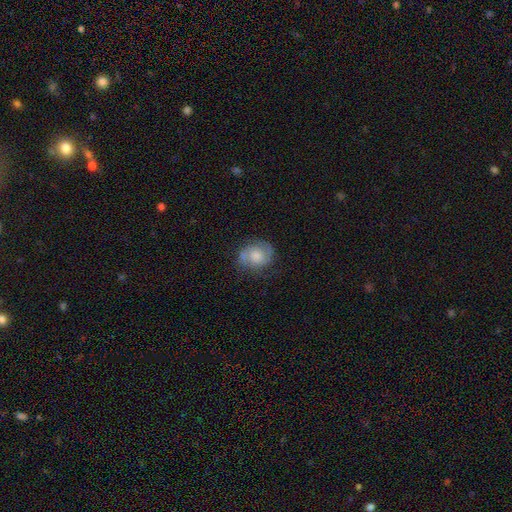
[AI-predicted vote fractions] Smooth or featured? featured or disk (64%)
Edge-on disk? no (97%)
Bar? no (73%)
Spiral arms? yes (90%)
Spiral winding? medium (43%)
Spiral arm count? 2 (80%)
Bulge size? moderate (41%)
Merging? none (67%)